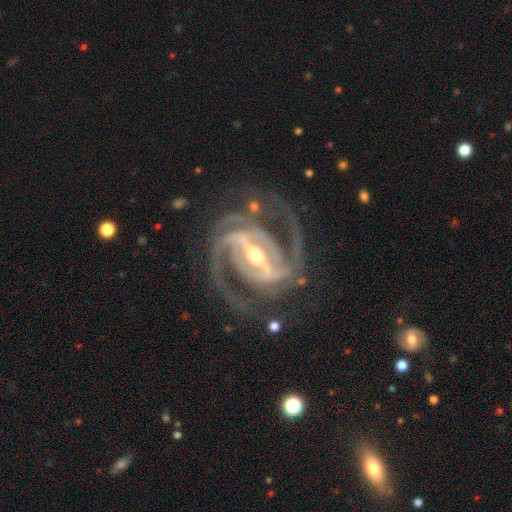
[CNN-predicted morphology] Q: Smooth or featured?
A: featured or disk (94%); runner-up: star or artifact (4%)
Q: Edge-on disk?
A: no (97%); runner-up: yes (3%)
Q: Bar?
A: strong (78%); runner-up: weak (18%)
Q: Spiral arms?
A: yes (98%); runner-up: no (2%)
Q: Spiral winding?
A: medium (51%); runner-up: tight (39%)
Q: Spiral arm count?
A: 2 (54%); runner-up: 3 (27%)
Q: Bulge size?
A: moderate (57%); runner-up: small (36%)
Q: Merging?
A: none (70%); runner-up: minor disturbance (16%)